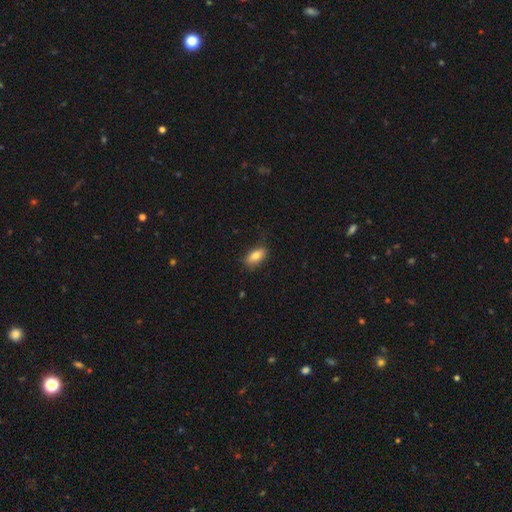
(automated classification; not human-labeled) A smooth galaxy with no disk features (80%) that is in between round and cigar-shaped (85%).

Vote fractions:
- Smooth or featured? smooth: 80% / featured or disk: 12% / star or artifact: 7%
- How rounded? in between: 85% / cigar-shaped: 11% / round: 4%
- Merging? none: 79% / minor disturbance: 17% / major disturbance: 3% / merger: 1%